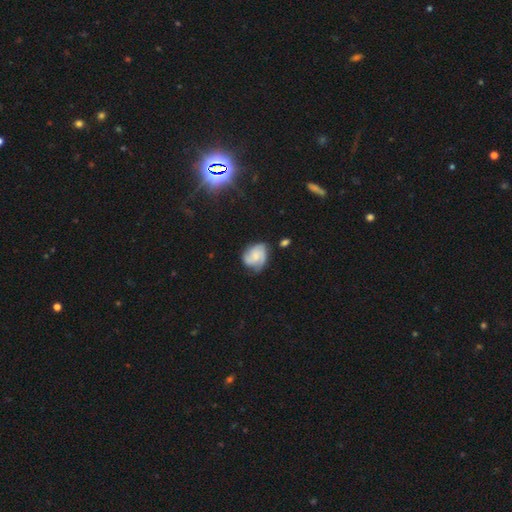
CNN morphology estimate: This appears to be a featured or disk galaxy (68%) with no bar (69%), 3 (57%) medium (43%) spiral arms (94%) and a small central bulge (52%). Merging: none (64%).